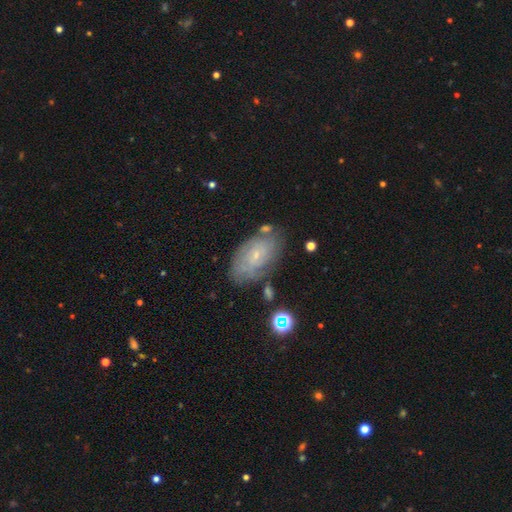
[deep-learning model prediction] Overall: featured or disk (52%; smooth 38%). Edge-on disk: no (93%). Merging: none (67%).